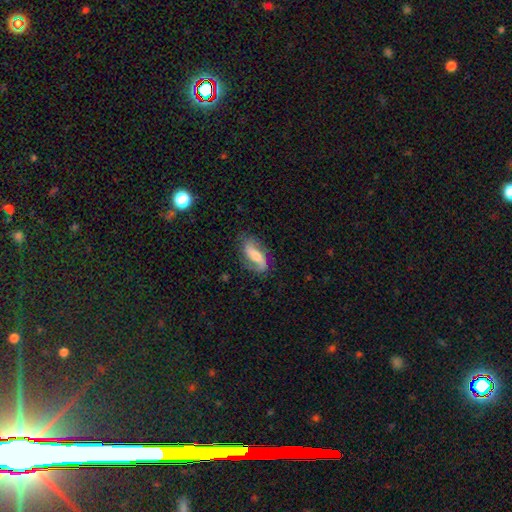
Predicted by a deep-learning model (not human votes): The model was most divided on "bar": weak: 36%, strong: 33%, no: 31%. Remaining: edge-on disk — no (91%); spiral arms — yes (91%); spiral arm count — 2 (80%); merging — none (71%); smooth or featured — featured or disk (66%); spiral winding — loose (47%); bulge size — moderate (44%).